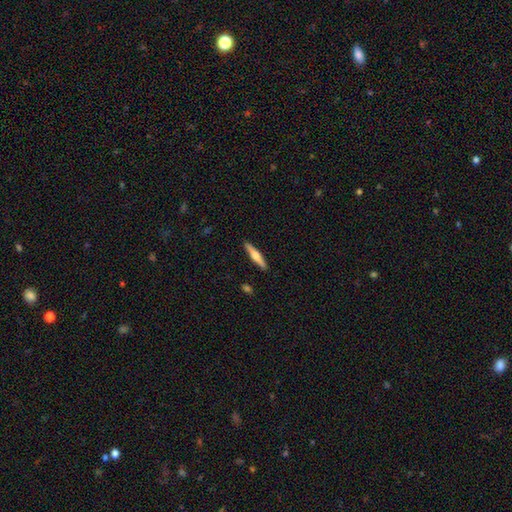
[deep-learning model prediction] This appears to be a featured or disk galaxy (52%) viewed edge-on (97%) with a rounded central bulge (85%). Merging: none (91%).